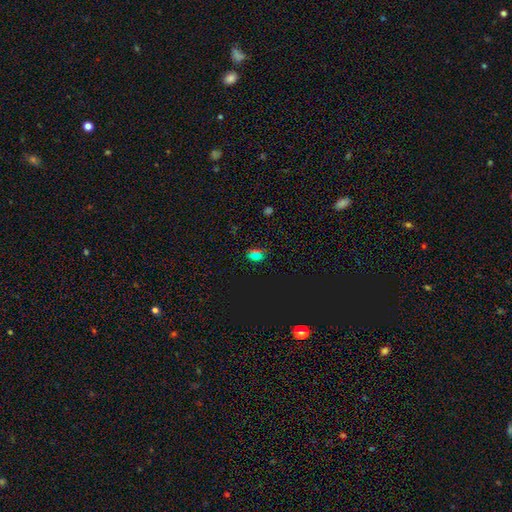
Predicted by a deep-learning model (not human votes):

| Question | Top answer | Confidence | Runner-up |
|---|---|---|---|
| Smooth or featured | smooth | 47% | star or artifact (45%) |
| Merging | none | 79% | minor disturbance (12%) |